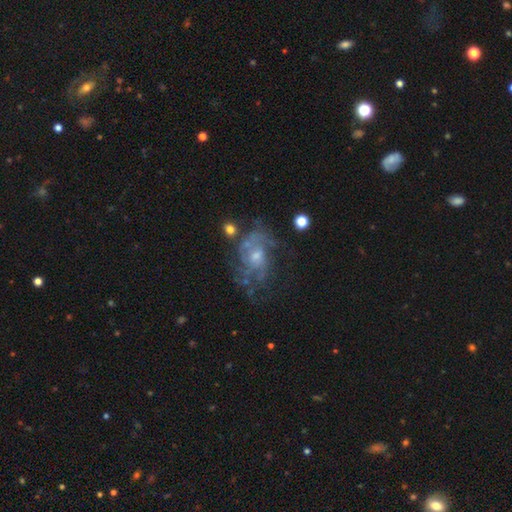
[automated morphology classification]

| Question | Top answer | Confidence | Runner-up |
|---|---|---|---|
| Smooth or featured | featured or disk | 73% | smooth (14%) |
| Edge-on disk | no | 97% | yes (3%) |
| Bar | no | 73% | weak (24%) |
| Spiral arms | yes | 75% | no (25%) |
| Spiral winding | medium | 42% | tight (36%) |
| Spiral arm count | can't tell | 45% | 2 (28%) |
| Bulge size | moderate | 47% | small (43%) |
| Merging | none | 56% | minor disturbance (19%) |